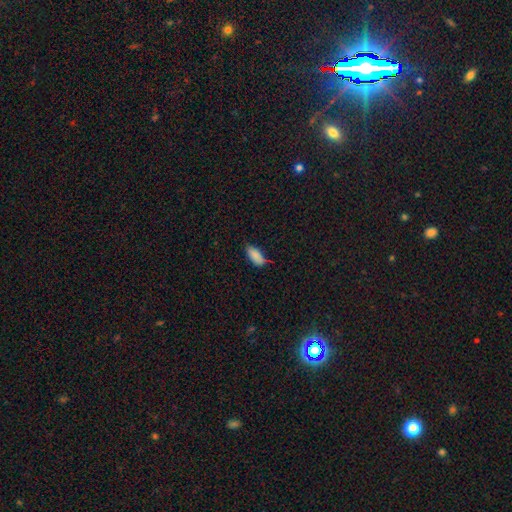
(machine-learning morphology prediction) smooth 87%, star or artifact 7%, featured or disk 6%. Down the decision tree: how rounded — in between (87%); merging — none (68%).